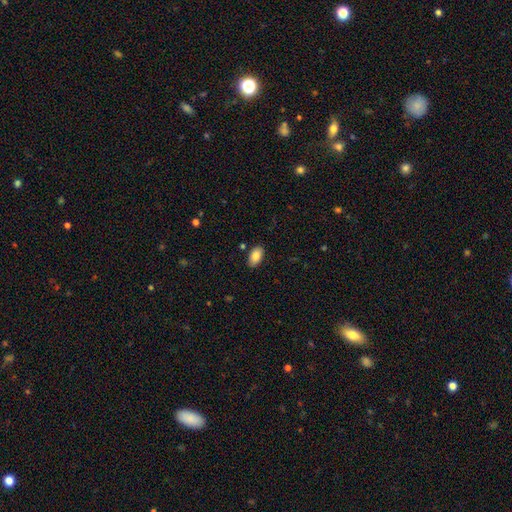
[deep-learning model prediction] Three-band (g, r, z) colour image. It shows a smooth galaxy with no disk features (84%) that is in between round and cigar-shaped (94%). Merging: none (86%).